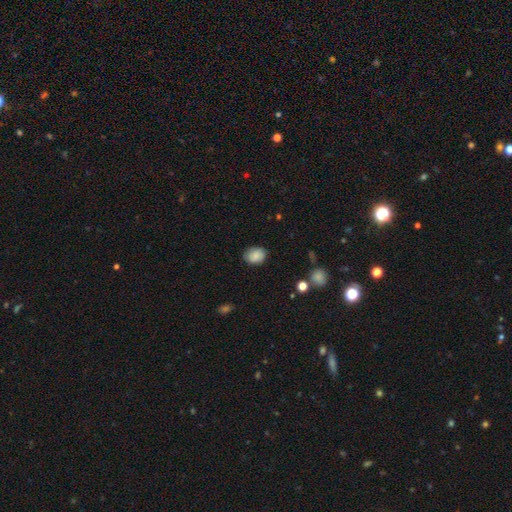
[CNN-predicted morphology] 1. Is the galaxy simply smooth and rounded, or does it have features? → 84% smooth, 8% star or artifact, 8% featured or disk.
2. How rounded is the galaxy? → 61% in between, 38% round, 1% cigar-shaped.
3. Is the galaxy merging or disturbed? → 78% none, 17% minor disturbance, 4% major disturbance, 1% merger.